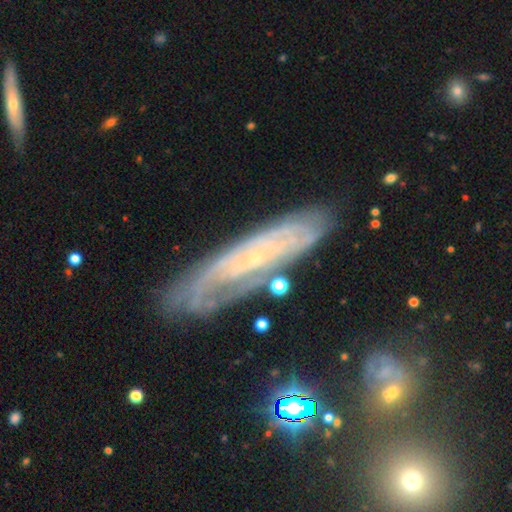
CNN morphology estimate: A featured or disk galaxy (74%) with no bar (66%), spiral arms (85%) and a small central bulge (84%). Merging: none (75%).